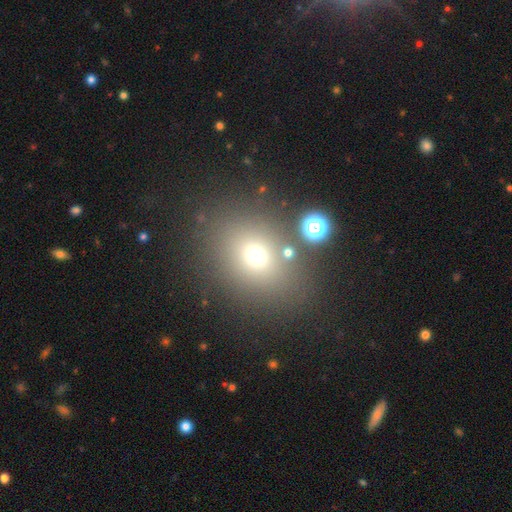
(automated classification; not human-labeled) smooth_or_featured: smooth (p=0.66) [alt: star or artifact p=0.21]
how_rounded: in between (p=0.54) [alt: round p=0.45]
merging: none (p=0.78) [alt: minor disturbance p=0.10]